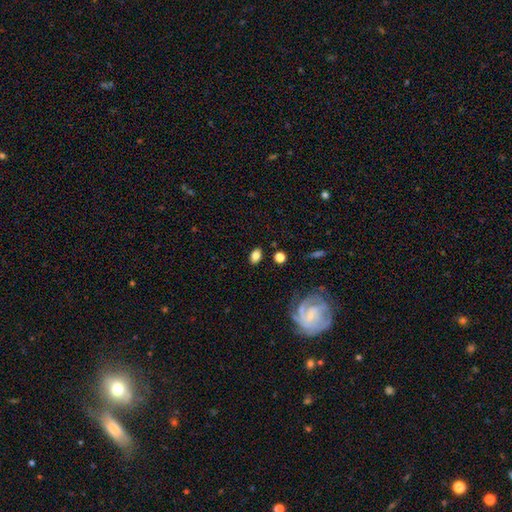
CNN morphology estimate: Smooth or featured? Predicted: smooth (p=0.75). How rounded? Predicted: in between (p=0.81). Merging? Predicted: none (p=0.83).